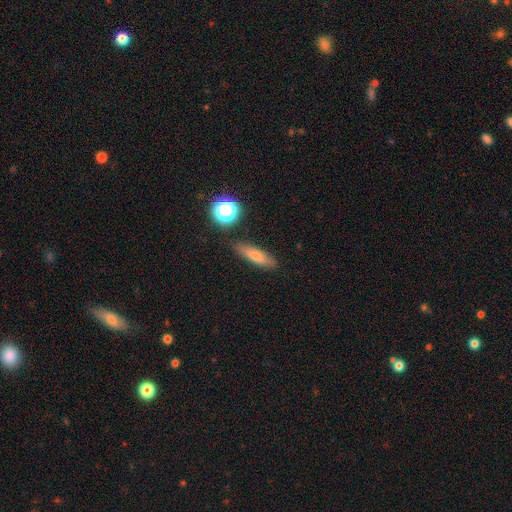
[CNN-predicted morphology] Smooth or featured: smooth — 69% (featured or disk — 20%)
How rounded: cigar-shaped — 65% (in between — 29%)
Merging: none — 84% (minor disturbance — 10%)